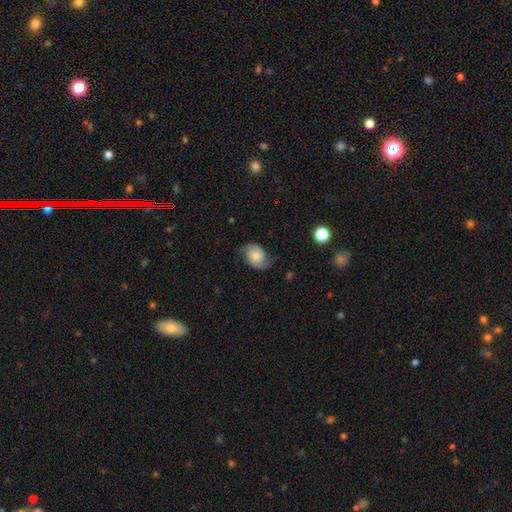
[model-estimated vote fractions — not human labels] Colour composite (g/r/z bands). It shows a featured or disk galaxy (57%) with no bar (77%), 2 (91%) loose (47%) spiral arms (91%) and a moderate central bulge (40%). Merging: none (67%).